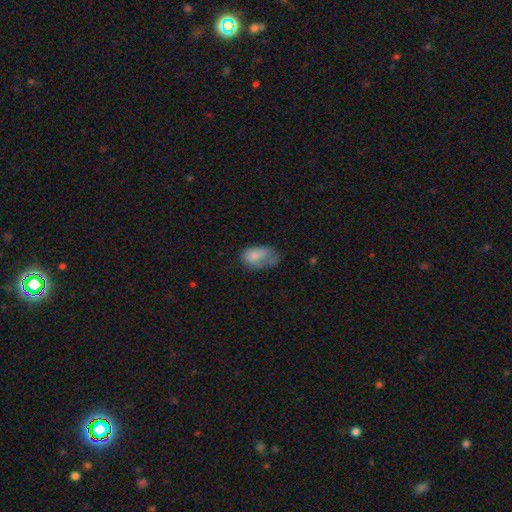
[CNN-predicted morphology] Smooth or featured? Predicted: smooth (p=0.73). How rounded? Predicted: in between (p=0.90). Merging? Predicted: major disturbance (p=0.35).